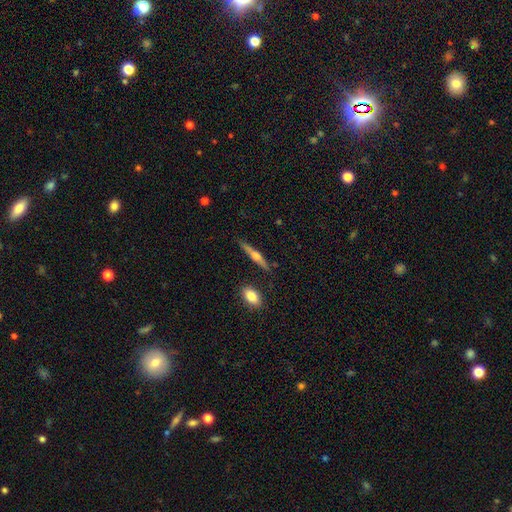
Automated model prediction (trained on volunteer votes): featured or disk 63%, smooth 31%, star or artifact 6%. Down the decision tree: edge-on disk — yes (97%); edge-on bulge — rounded (91%); merging — none (85%).